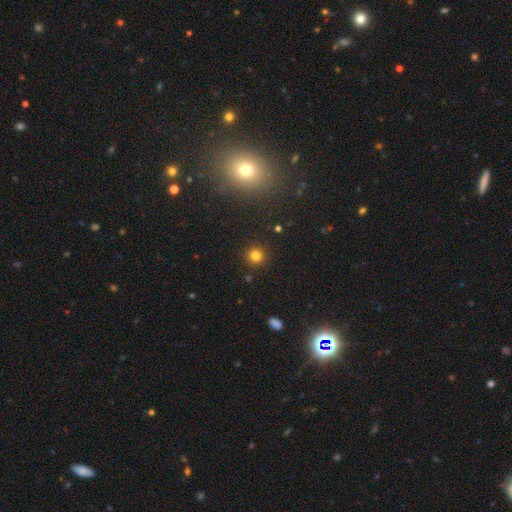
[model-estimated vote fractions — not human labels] Smooth or featured? Predicted: smooth (p=0.80). How rounded? Predicted: round (p=0.94). Merging? Predicted: none (p=0.92).